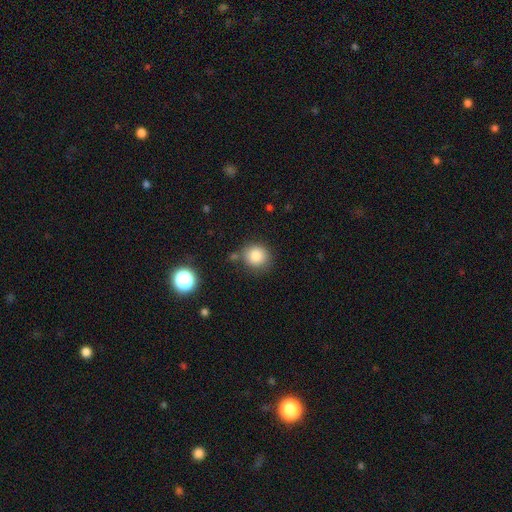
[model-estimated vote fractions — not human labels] Smooth or featured?
  - smooth: 84% *
  - star or artifact: 10%
  - featured or disk: 6%
How rounded?
  - round: 84% *
  - in between: 16%
  - cigar-shaped: 1%
Merging?
  - none: 76% *
  - minor disturbance: 13%
  - merger: 7%
  - major disturbance: 4%